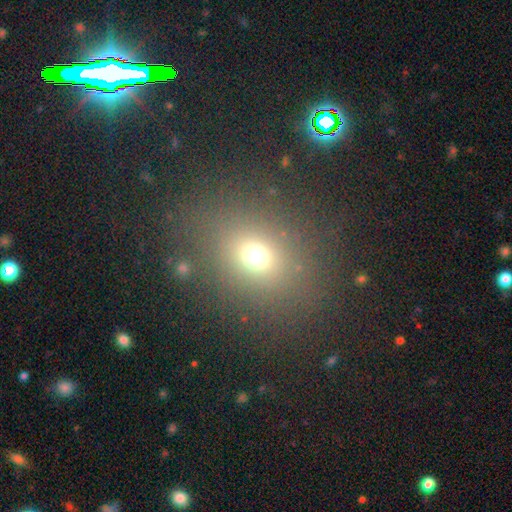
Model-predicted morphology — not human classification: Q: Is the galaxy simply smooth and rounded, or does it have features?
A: smooth — 69%.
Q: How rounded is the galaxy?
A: round — 64%.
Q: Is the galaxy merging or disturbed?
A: none — 80%.